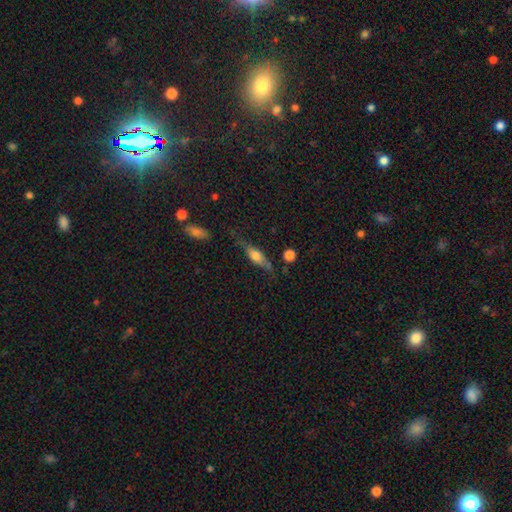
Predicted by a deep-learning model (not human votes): Overall: featured or disk (56%; smooth 37%). Edge-on disk: yes (91%). Edge-on bulge: rounded (90%). Merging: none (71%).